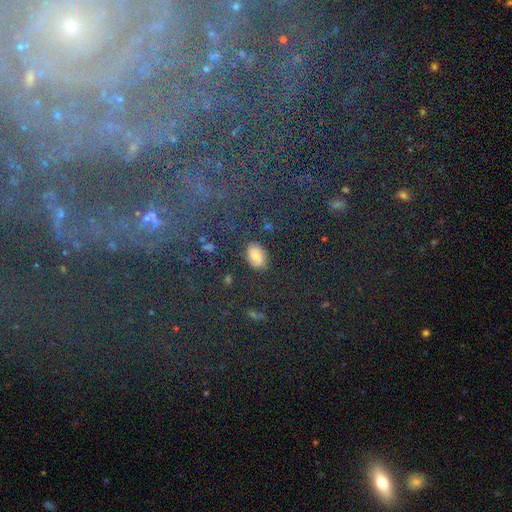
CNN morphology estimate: smooth-or-featured: smooth: 70% | star or artifact: 23% | featured or disk: 7%
  how-rounded: in between: 87% | round: 11% | cigar-shaped: 2%
  merging: none: 85% | minor disturbance: 9% | major disturbance: 3% | merger: 3%